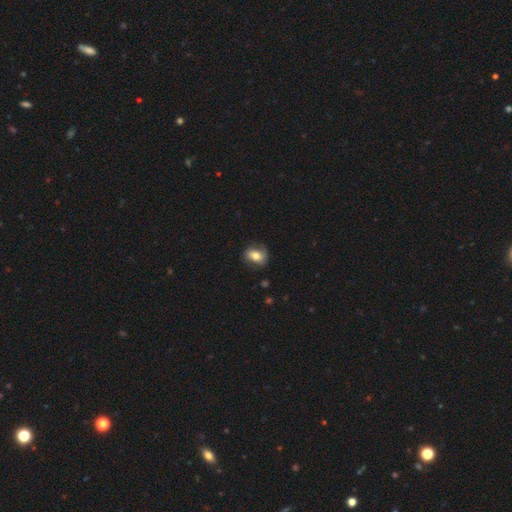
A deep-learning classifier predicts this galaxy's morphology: The model was most divided on "how rounded": in between: 58%, round: 40%, cigar-shaped: 1%. More confident: merging — none (69%); smooth or featured — smooth (64%).